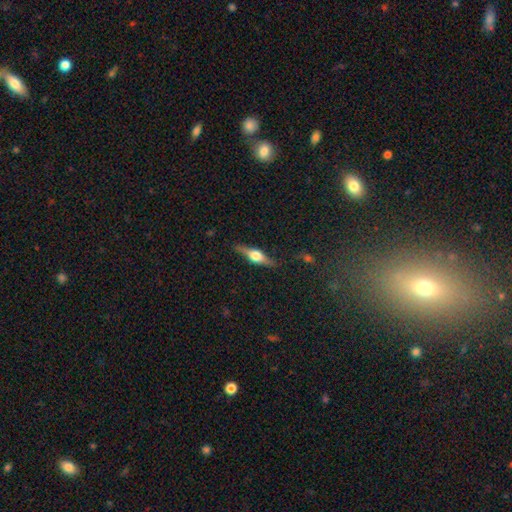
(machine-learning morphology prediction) This appears to be a featured or disk galaxy (69%) viewed edge-on (96%) with a rounded central bulge (93%). Merging: none (85%).